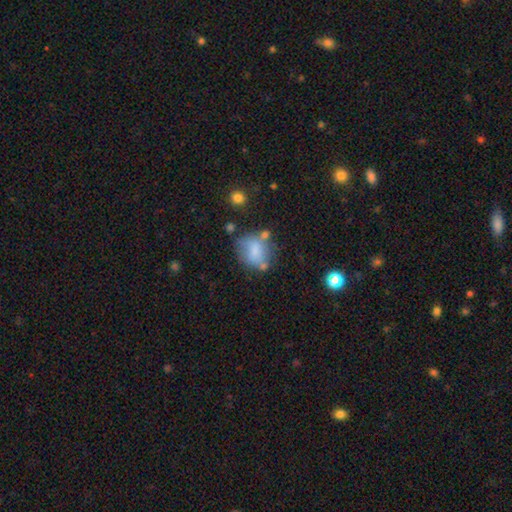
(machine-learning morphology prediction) Smooth or featured? smooth (70%)
How rounded? round (56%)
Merging? none (49%)